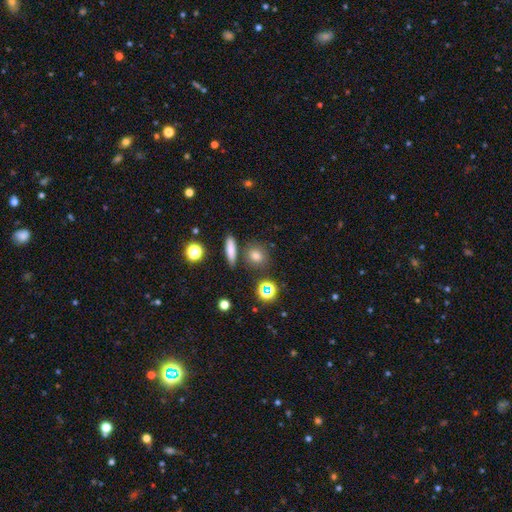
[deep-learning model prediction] smooth 74%, star or artifact 17%, featured or disk 9%. Down the decision tree: how rounded — round (69%); merging — none (80%).